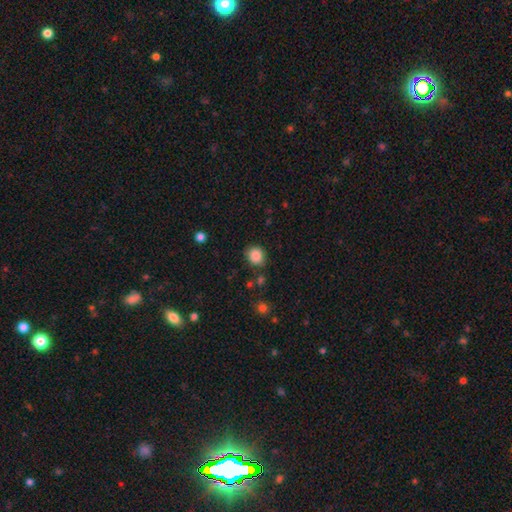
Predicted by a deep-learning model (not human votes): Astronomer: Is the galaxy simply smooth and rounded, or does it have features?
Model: smooth — 87%.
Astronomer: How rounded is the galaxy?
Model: round — 76%.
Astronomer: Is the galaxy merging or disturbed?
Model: none — 81%.